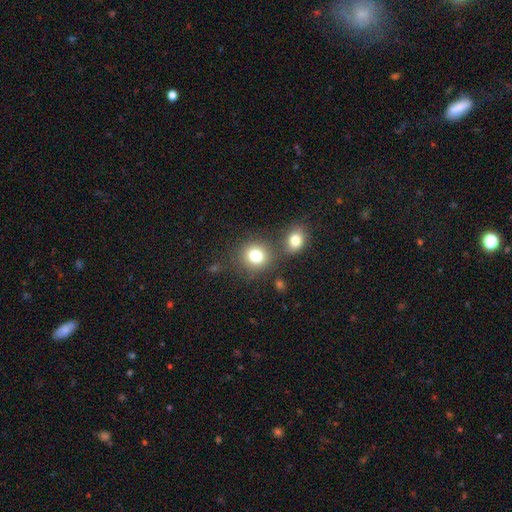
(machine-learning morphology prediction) Overall: smooth (79%). How rounded: round (80%). Merging: none (64%).